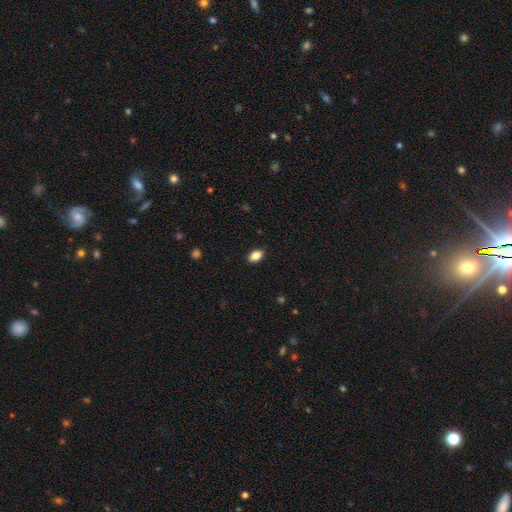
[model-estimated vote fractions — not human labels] Overall: smooth (86%). How rounded: in between (88%). Merging: none (89%).